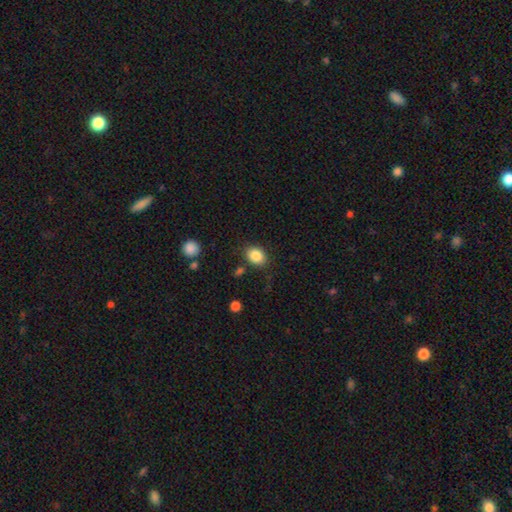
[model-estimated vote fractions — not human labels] smooth-or-featured: smooth: 86% | star or artifact: 9% | featured or disk: 5%
  how-rounded: in between: 64% | round: 35% | cigar-shaped: 1%
  merging: none: 82% | minor disturbance: 11% | major disturbance: 3% | merger: 3%